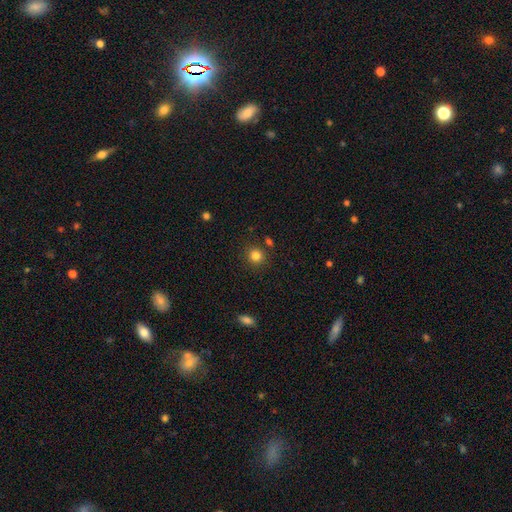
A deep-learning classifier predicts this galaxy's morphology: Smooth or featured? smooth (83%)
How rounded? round (89%)
Merging? none (86%)